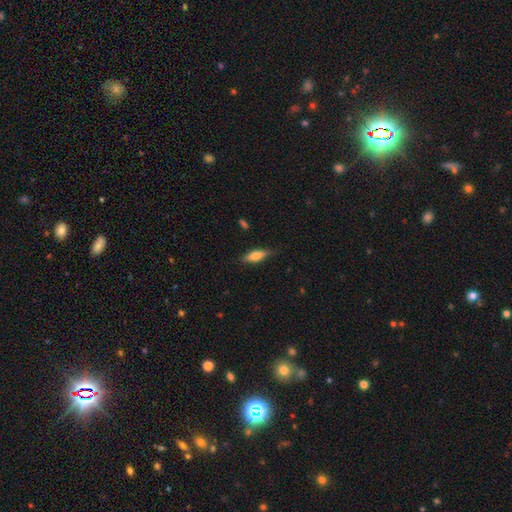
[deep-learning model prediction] Q: Smooth or featured?
A: smooth (60%); runner-up: featured or disk (34%)
Q: How rounded?
A: cigar-shaped (50%); runner-up: in between (48%)
Q: Merging?
A: none (77%); runner-up: minor disturbance (18%)